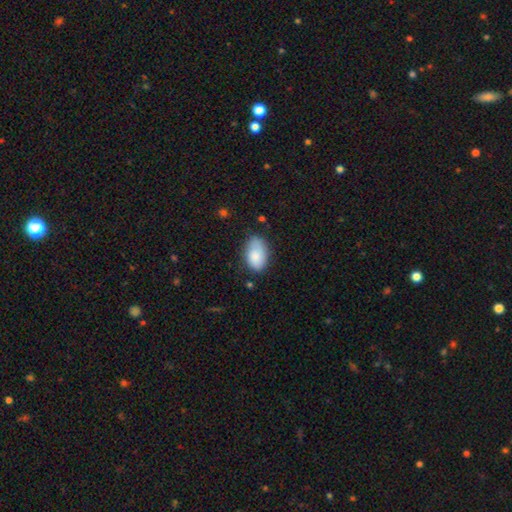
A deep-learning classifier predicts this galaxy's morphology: type=smooth (84%); roundness=in between (92%); merging=none (65%).